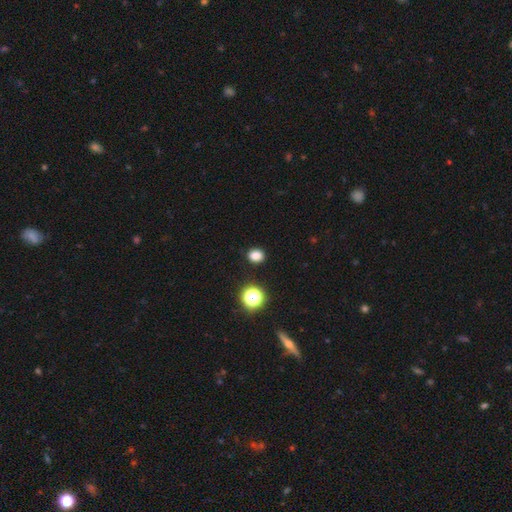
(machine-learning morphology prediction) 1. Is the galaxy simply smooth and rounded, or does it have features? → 82% smooth, 15% star or artifact, 4% featured or disk.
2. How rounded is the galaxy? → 62% round, 37% in between, 1% cigar-shaped.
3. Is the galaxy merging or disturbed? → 89% none, 7% minor disturbance, 2% major disturbance, 1% merger.